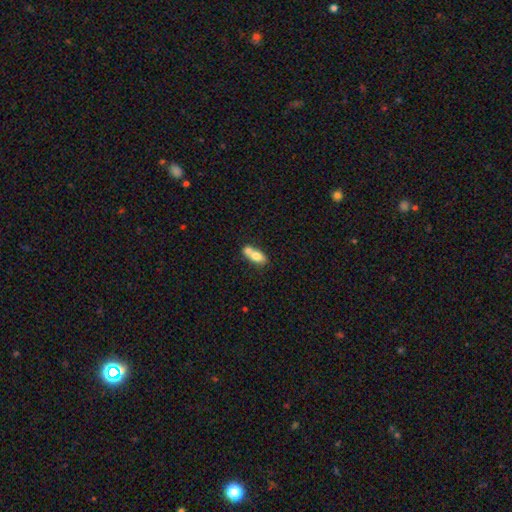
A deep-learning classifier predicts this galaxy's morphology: Overall: smooth (71%). How rounded: in between (79%). Merging: merger (60%; none 27%).